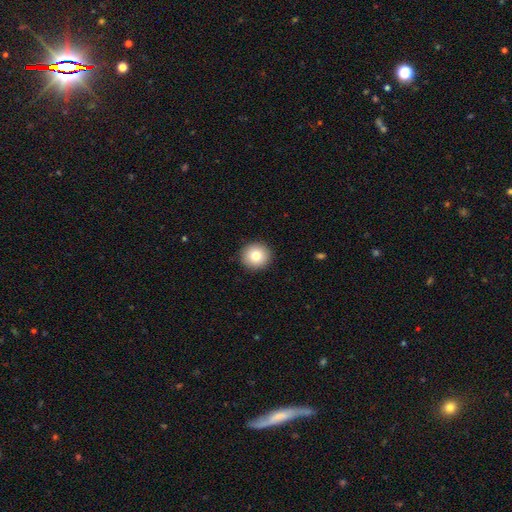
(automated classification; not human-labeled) Smooth or featured? smooth (80%)
How rounded? round (93%)
Merging? none (93%)